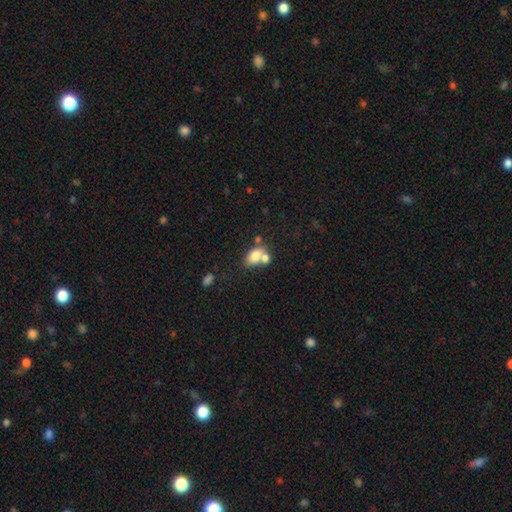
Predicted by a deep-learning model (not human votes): Smooth or featured?
  - smooth: 76% *
  - featured or disk: 15%
  - star or artifact: 9%
How rounded?
  - in between: 82% *
  - round: 16%
  - cigar-shaped: 2%
Merging?
  - merger: 47% *
  - none: 36%
  - minor disturbance: 11%
  - major disturbance: 5%